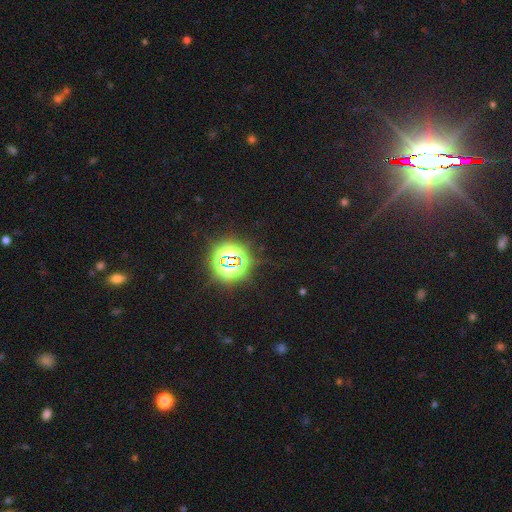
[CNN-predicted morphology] Smooth or featured? Predicted: star or artifact (p=0.81).